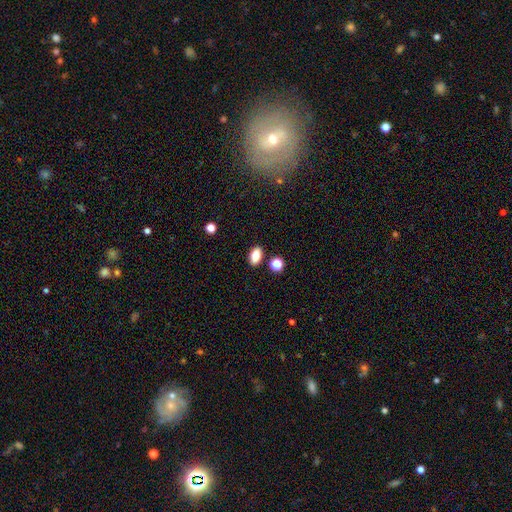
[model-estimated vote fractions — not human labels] Smooth or featured? Predicted: smooth (p=0.81). How rounded? Predicted: in between (p=0.87). Merging? Predicted: none (p=0.84).